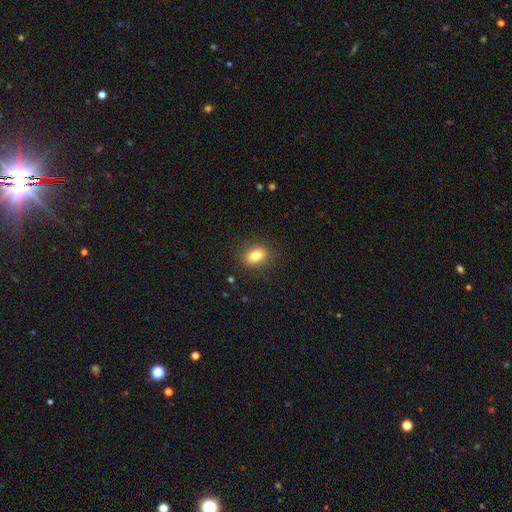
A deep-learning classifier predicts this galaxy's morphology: type=smooth (83%); roundness=in between (76%); merging=none (87%).